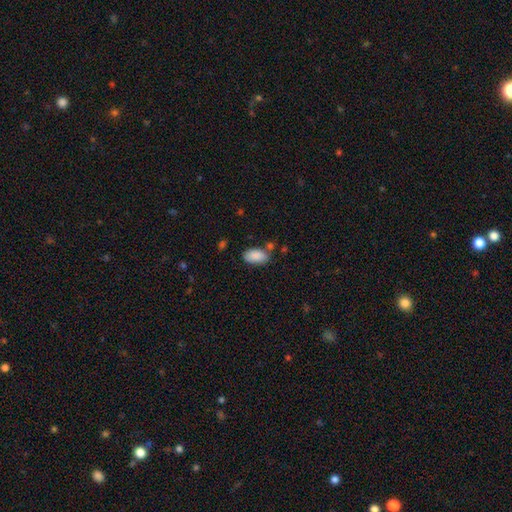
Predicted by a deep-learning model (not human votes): Morphology: type=smooth (89%); roundness=in between (94%); merging=none (71%).